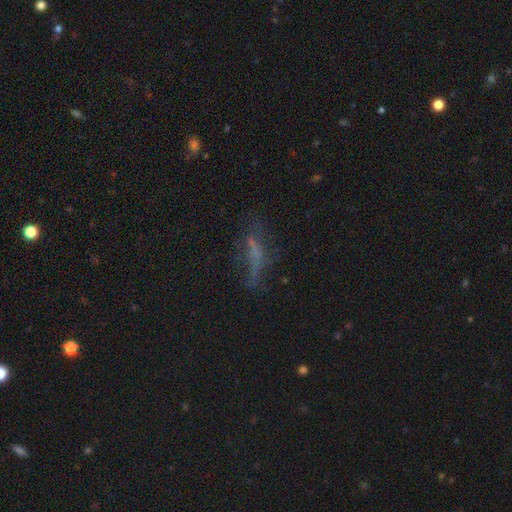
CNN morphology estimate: Smooth or featured? smooth (39%)
Merging? none (45%)